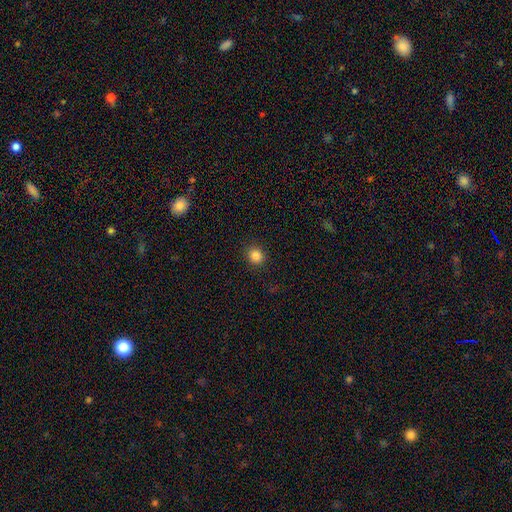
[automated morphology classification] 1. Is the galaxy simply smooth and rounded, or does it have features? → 86% smooth, 11% star or artifact, 3% featured or disk.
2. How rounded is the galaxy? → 85% round, 14% in between, 1% cigar-shaped.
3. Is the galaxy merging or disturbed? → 90% none, 6% minor disturbance, 2% major disturbance, 1% merger.